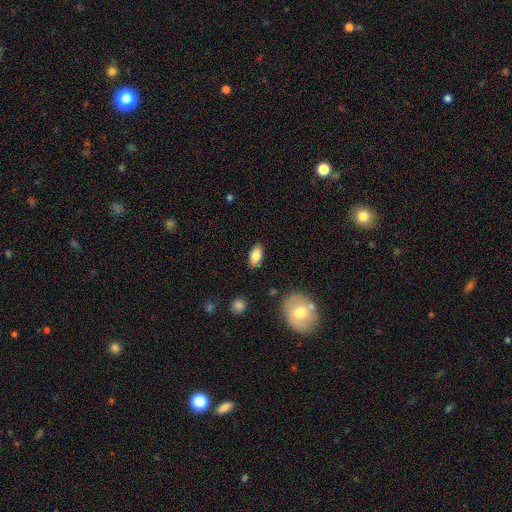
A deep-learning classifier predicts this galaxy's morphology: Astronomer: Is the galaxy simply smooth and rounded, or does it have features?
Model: smooth — 82%.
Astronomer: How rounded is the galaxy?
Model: in between — 91%.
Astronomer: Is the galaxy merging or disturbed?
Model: none — 87%.